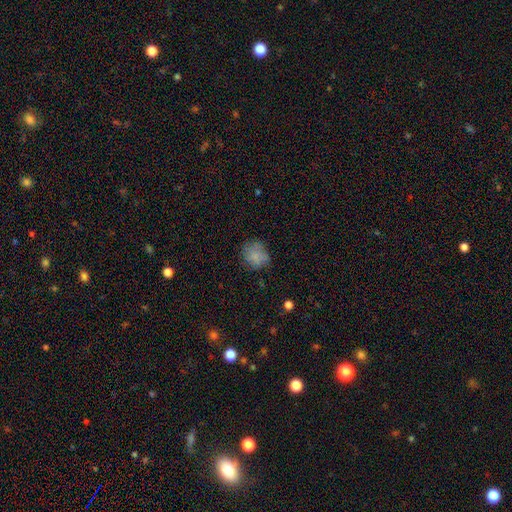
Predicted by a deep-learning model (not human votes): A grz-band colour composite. It shows a smooth galaxy with no disk features (78%) that is round (74%). Merging: none (67%).